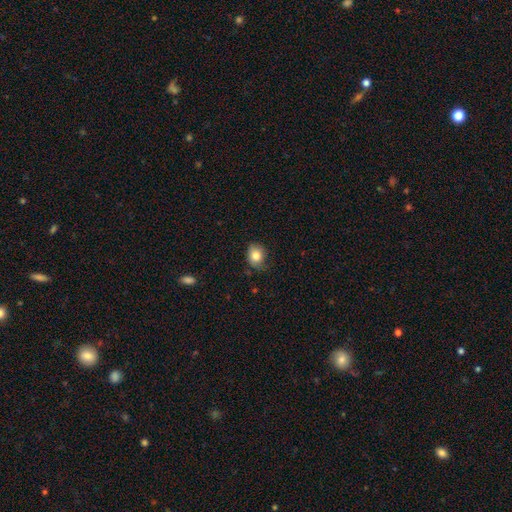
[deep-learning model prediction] smooth 81%, featured or disk 9%, star or artifact 9%. Down the decision tree: how rounded — round (52%); merging — none (66%).